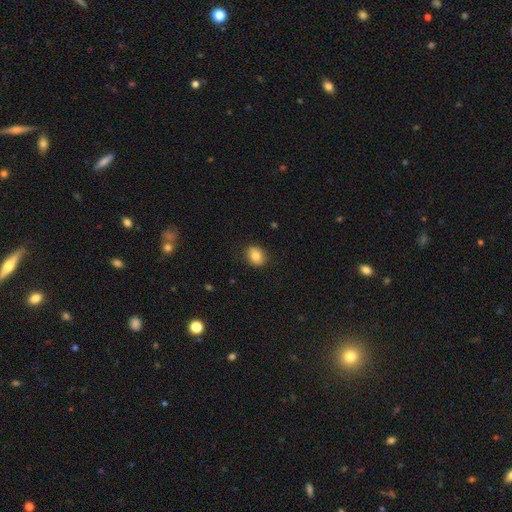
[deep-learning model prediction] Q: Smooth or featured?
A: smooth (82%); runner-up: star or artifact (9%)
Q: How rounded?
A: round (52%); runner-up: in between (47%)
Q: Merging?
A: none (87%); runner-up: minor disturbance (10%)